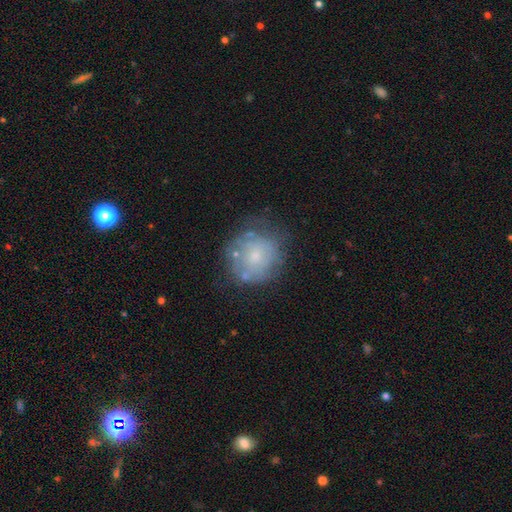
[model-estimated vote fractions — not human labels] smooth 50%, featured or disk 40%, star or artifact 10%. Down the decision tree: merging — none (59%).